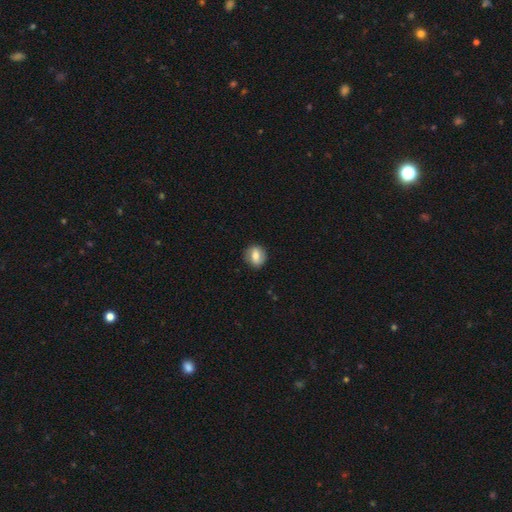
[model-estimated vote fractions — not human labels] smooth_or_featured: smooth (p=0.65) [alt: featured or disk p=0.26]
how_rounded: round (p=0.68) [alt: in between p=0.30]
merging: none (p=0.84) [alt: minor disturbance p=0.12]